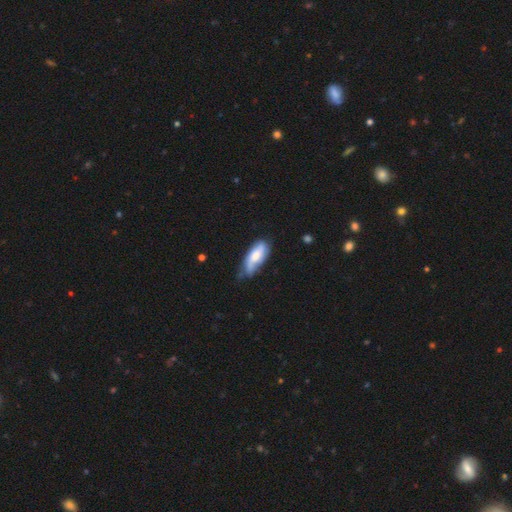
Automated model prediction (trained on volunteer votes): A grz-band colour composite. It shows a smooth galaxy with no disk features (50%) that is in between round and cigar-shaped (73%). Merging: none (48%).